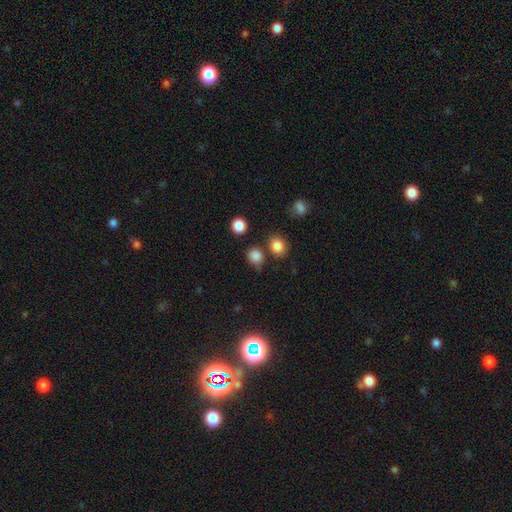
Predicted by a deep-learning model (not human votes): smooth_or_featured: smooth (p=0.83) [alt: star or artifact p=0.12]
how_rounded: round (p=0.75) [alt: in between p=0.24]
merging: none (p=0.70) [alt: minor disturbance p=0.14]